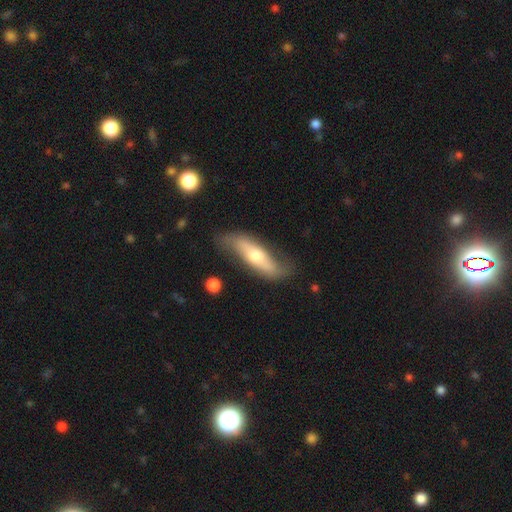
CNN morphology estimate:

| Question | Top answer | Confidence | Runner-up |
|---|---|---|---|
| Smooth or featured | featured or disk | 57% | smooth (37%) |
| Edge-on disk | no | 55% | yes (45%) |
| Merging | none | 68% | minor disturbance (23%) |